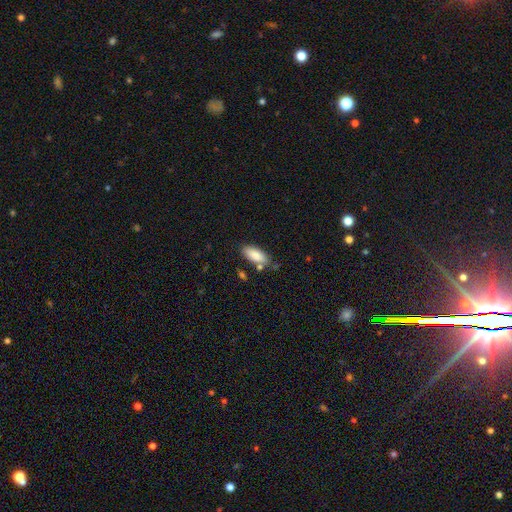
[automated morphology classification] This appears to be a smooth galaxy with no disk features (85%) that is in between round and cigar-shaped (86%). Merging: none (71%).